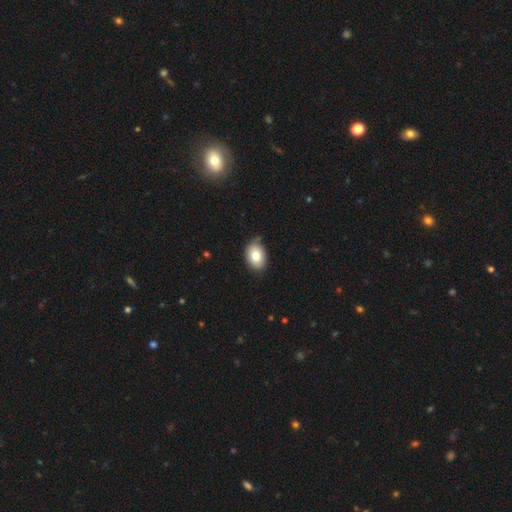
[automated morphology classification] smooth_or_featured: smooth (p=0.80) [alt: featured or disk p=0.12]
how_rounded: in between (p=0.80) [alt: round p=0.19]
merging: none (p=0.74) [alt: minor disturbance p=0.21]